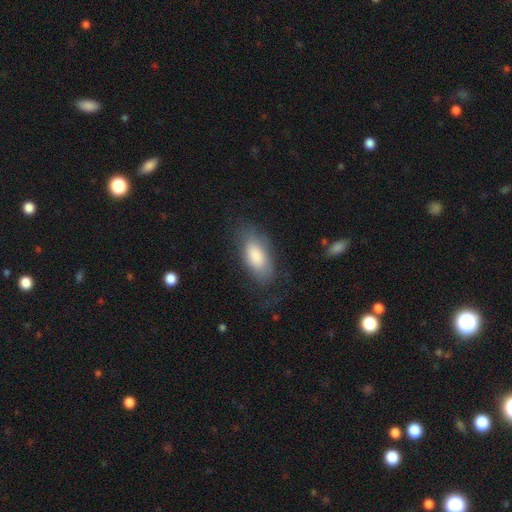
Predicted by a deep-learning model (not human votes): This appears to be a smooth galaxy with no disk features (76%) that is in between round and cigar-shaped (88%). Merging: none (67%).